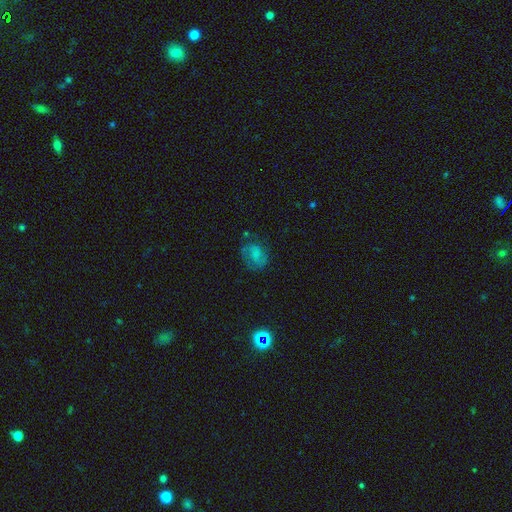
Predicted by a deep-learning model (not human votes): smooth-or-featured: smooth: 53% | featured or disk: 32% | star or artifact: 15%
  how-rounded: in between: 52% | round: 47% | cigar-shaped: 1%
  merging: none: 62% | minor disturbance: 23% | major disturbance: 13% | merger: 2%